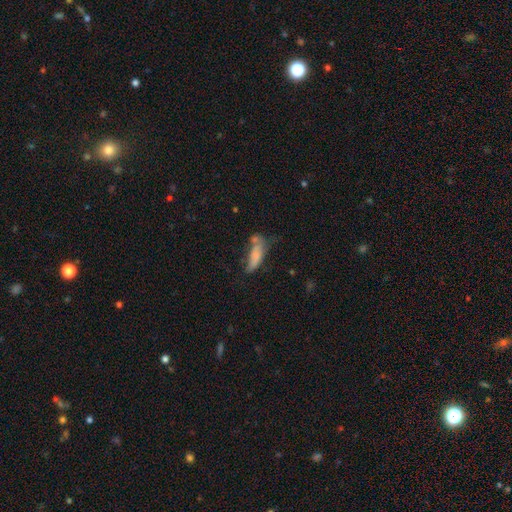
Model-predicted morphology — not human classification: Smooth or featured?
  - smooth: 70% *
  - featured or disk: 21%
  - star or artifact: 9%
How rounded?
  - in between: 53% *
  - cigar-shaped: 45%
  - round: 2%
Merging?
  - none: 33% *
  - minor disturbance: 25%
  - merger: 22%
  - major disturbance: 19%